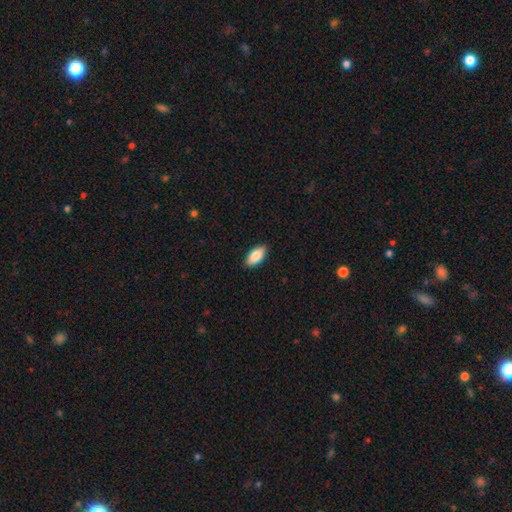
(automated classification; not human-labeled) smooth_or_featured: smooth (p=0.85) [alt: featured or disk p=0.09]
how_rounded: in between (p=0.90) [alt: cigar-shaped p=0.08]
merging: none (p=0.88) [alt: minor disturbance p=0.09]